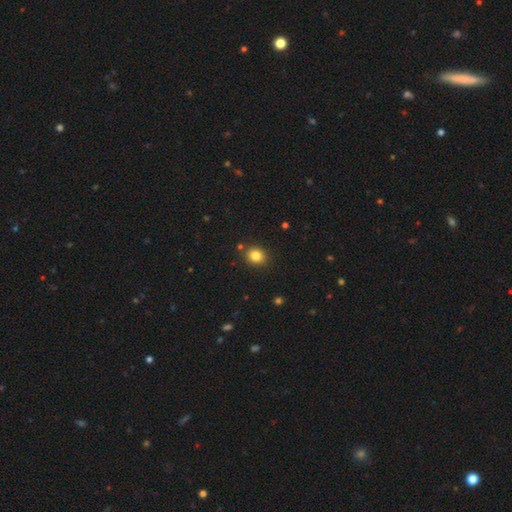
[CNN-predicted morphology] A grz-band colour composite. It shows a smooth galaxy with no disk features (83%) that is round (68%). Merging: none (86%).